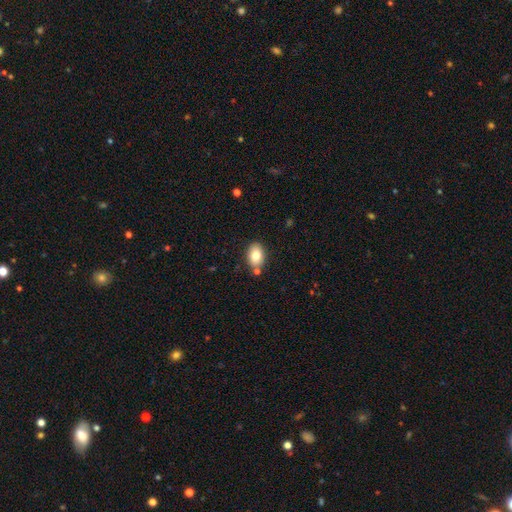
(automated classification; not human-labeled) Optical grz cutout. It shows a smooth galaxy with no disk features (81%) that is in between round and cigar-shaped (81%). Merging: none (77%).